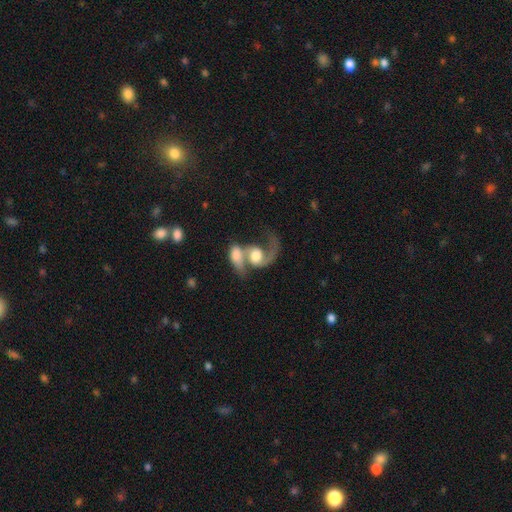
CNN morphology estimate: A featured or disk galaxy (67%) with no bar (66%), 1 (52%) loose (64%) spiral arms (87%) and a moderate central bulge (44%). Merging: merger (73%).